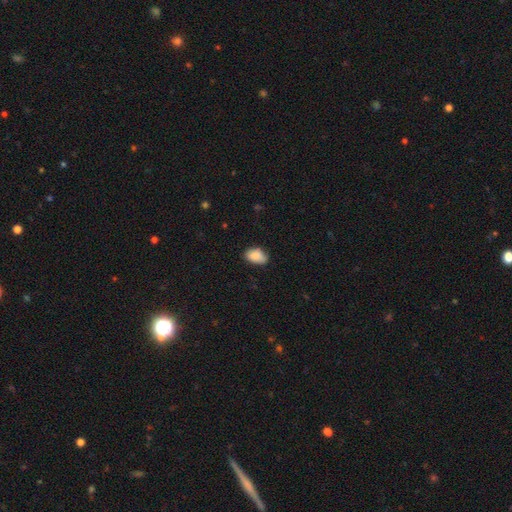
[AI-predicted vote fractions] Smooth or featured: smooth — 88% (star or artifact — 7%)
How rounded: in between — 89% (round — 10%)
Merging: none — 72% (minor disturbance — 23%)